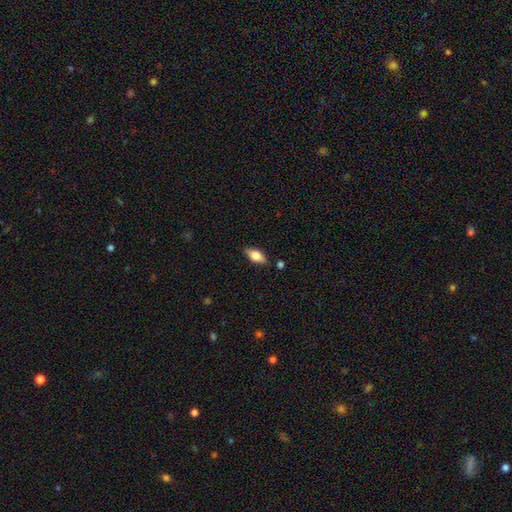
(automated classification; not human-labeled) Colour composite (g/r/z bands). It shows a smooth galaxy with no disk features (69%) that is in between round and cigar-shaped (84%). Merging: none (83%).